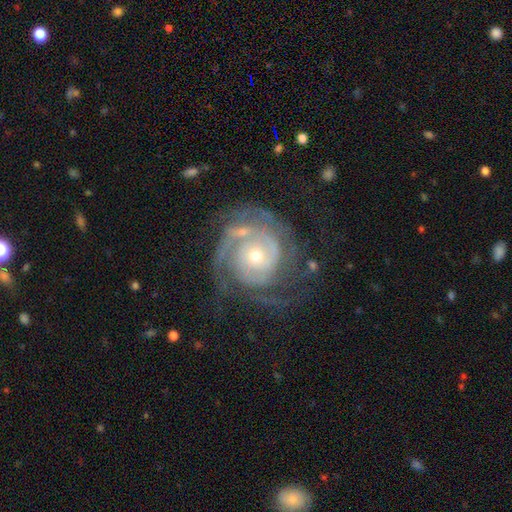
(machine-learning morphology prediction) smooth_or_featured: featured or disk (p=0.87) [alt: smooth p=0.07]
disk_edge_on: no (p=0.98) [alt: yes p=0.02]
bar: no (p=0.77) [alt: weak p=0.18]
has_spiral_arms: yes (p=0.95) [alt: no p=0.05]
spiral_winding: tight (p=0.70) [alt: medium p=0.24]
spiral_arm_count: 2 (p=0.31) [alt: can't tell p=0.25]
bulge_size: small (p=0.52) [alt: moderate p=0.44]
merging: none (p=0.59) [alt: minor disturbance p=0.19]